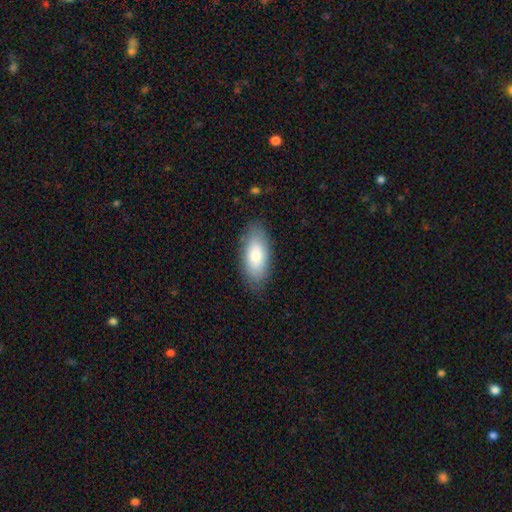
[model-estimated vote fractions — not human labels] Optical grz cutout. It shows a smooth galaxy with no disk features (80%) that is in between round and cigar-shaped (91%). Merging: none (84%).